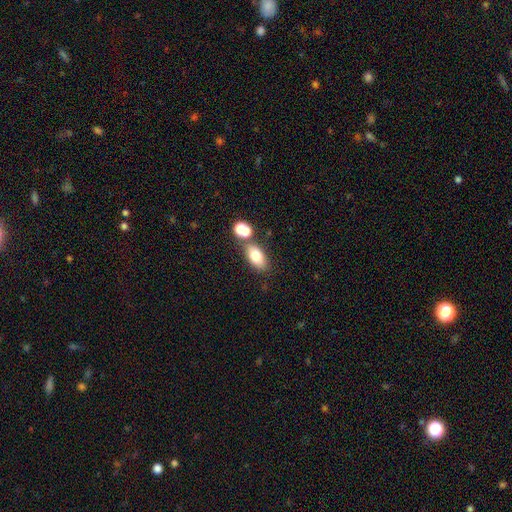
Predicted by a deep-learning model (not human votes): The model was most divided on "merging": none: 61%, merger: 23%, minor disturbance: 12%, major disturbance: 4%. More confident: how rounded — in between (86%); smooth or featured — smooth (77%).